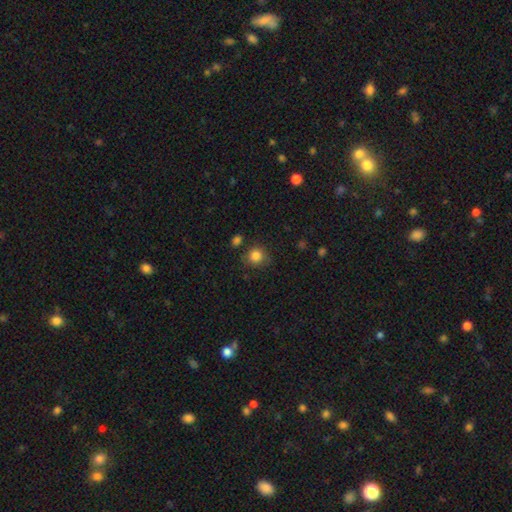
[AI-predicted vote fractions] Smooth or featured? Predicted: smooth (p=0.84). How rounded? Predicted: round (p=0.87). Merging? Predicted: none (p=0.79).